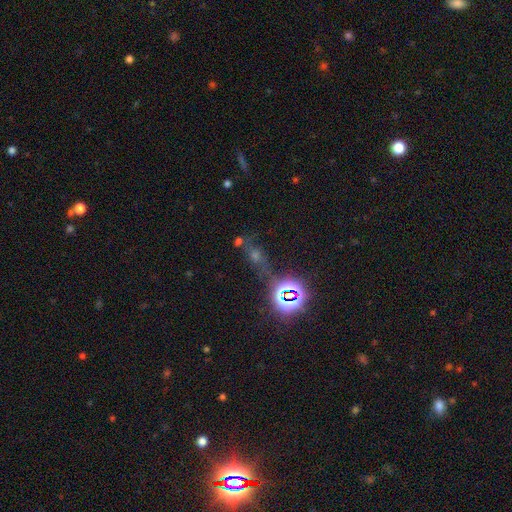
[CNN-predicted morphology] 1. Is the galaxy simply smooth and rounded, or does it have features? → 68% star or artifact, 19% smooth, 13% featured or disk.